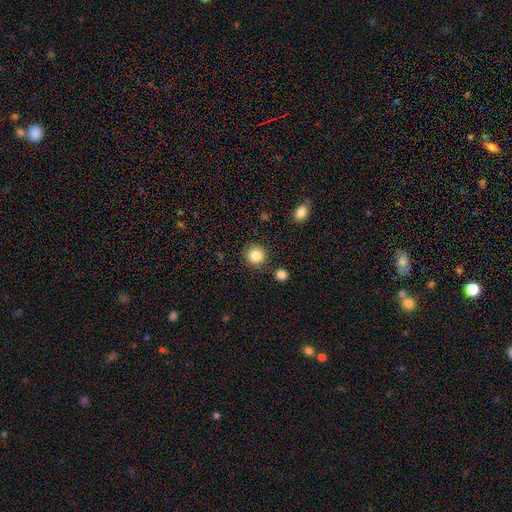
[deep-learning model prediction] Smooth or featured? Predicted: smooth (p=0.85). How rounded? Predicted: round (p=0.93). Merging? Predicted: none (p=0.87).